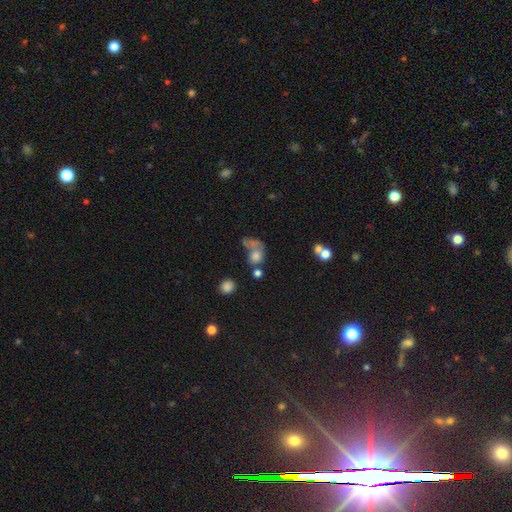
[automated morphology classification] A smooth galaxy with no disk features (67%) that is round (51%). Merging: merger (38%).